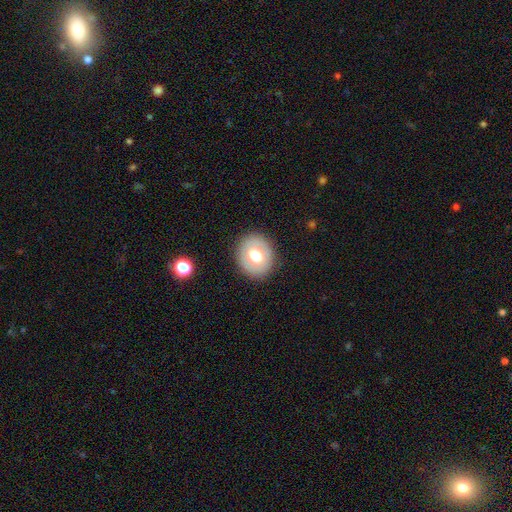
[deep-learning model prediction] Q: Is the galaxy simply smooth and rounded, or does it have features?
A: smooth — 60%.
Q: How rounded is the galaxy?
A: round — 71%.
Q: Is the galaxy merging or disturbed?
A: none — 88%.